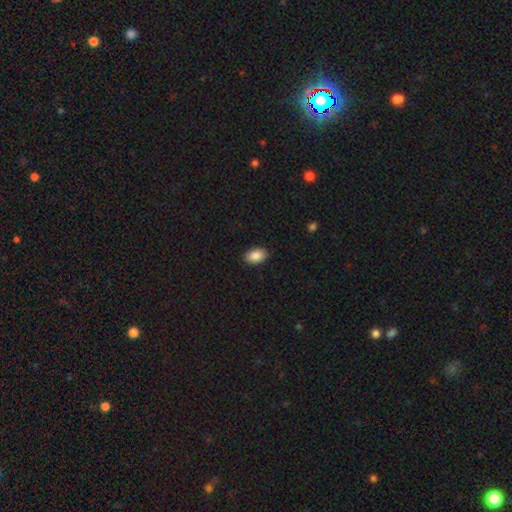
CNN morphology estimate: smooth-or-featured: smooth: 89% | star or artifact: 7% | featured or disk: 4%
  how-rounded: in between: 89% | round: 10% | cigar-shaped: 1%
  merging: none: 90% | minor disturbance: 8% | major disturbance: 2% | merger: 1%